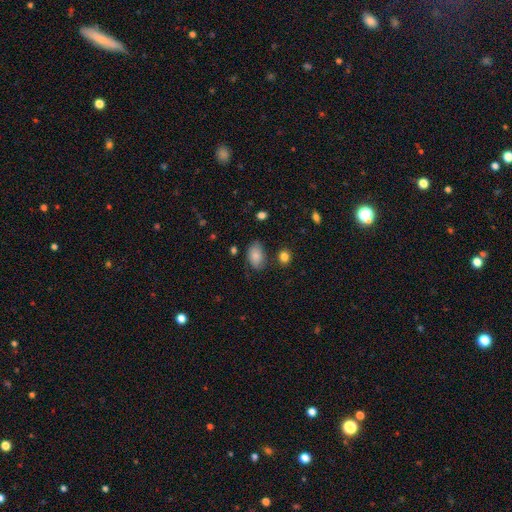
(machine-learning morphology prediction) A smooth galaxy with no disk features (81%) that is in between round and cigar-shaped (89%).

Vote fractions:
- Smooth or featured? smooth: 81% / featured or disk: 11% / star or artifact: 8%
- How rounded? in between: 89% / round: 10% / cigar-shaped: 1%
- Merging? none: 67% / minor disturbance: 24% / major disturbance: 6% / merger: 3%